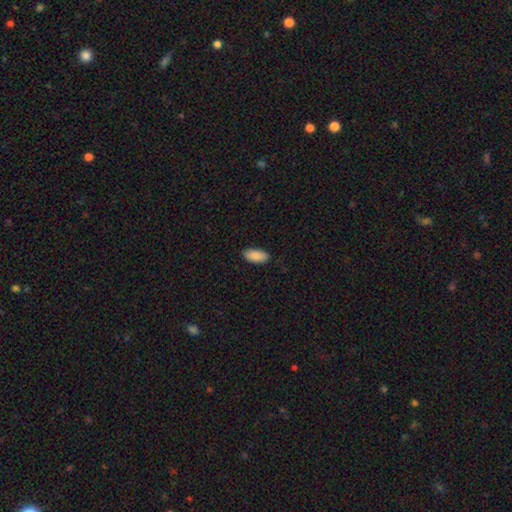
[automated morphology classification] The model was most divided on "merging": none: 88%, minor disturbance: 9%, major disturbance: 2%, merger: 1%. More confident: how rounded — in between (91%); smooth or featured — smooth (90%).